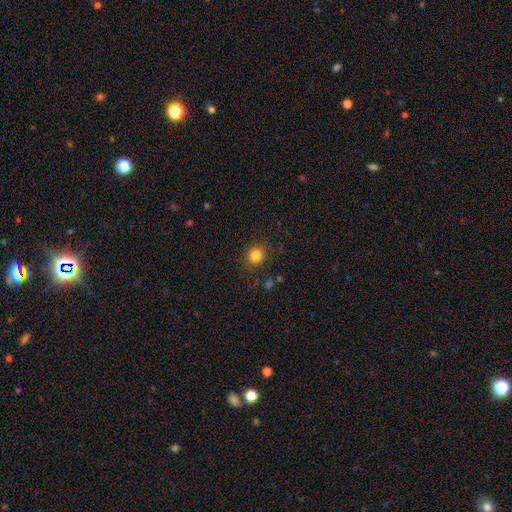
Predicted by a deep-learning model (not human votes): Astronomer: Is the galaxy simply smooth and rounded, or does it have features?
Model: smooth — 81%.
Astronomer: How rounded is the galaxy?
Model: round — 87%.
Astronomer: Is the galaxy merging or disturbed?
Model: none — 87%.